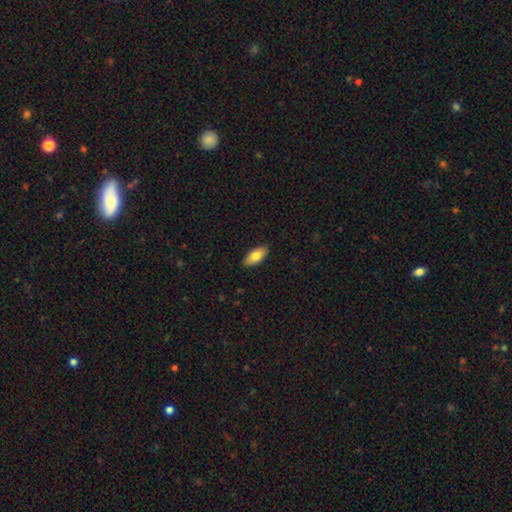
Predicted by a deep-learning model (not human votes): Q: Smooth or featured?
A: smooth (79%); runner-up: featured or disk (15%)
Q: How rounded?
A: in between (90%); runner-up: cigar-shaped (8%)
Q: Merging?
A: none (88%); runner-up: minor disturbance (9%)